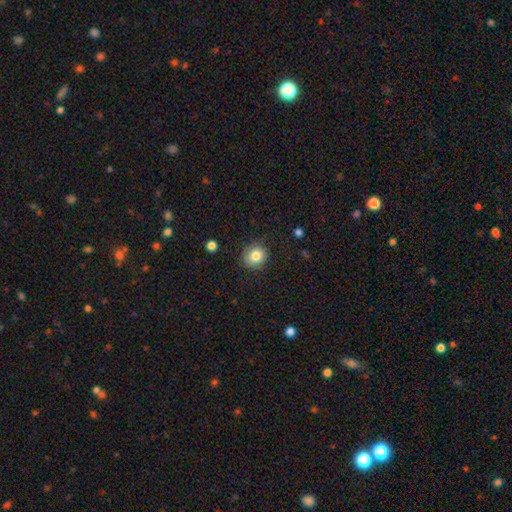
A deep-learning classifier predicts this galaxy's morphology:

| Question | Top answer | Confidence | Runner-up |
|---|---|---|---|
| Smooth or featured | smooth | 81% | star or artifact (10%) |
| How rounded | round | 87% | in between (12%) |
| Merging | none | 86% | minor disturbance (11%) |